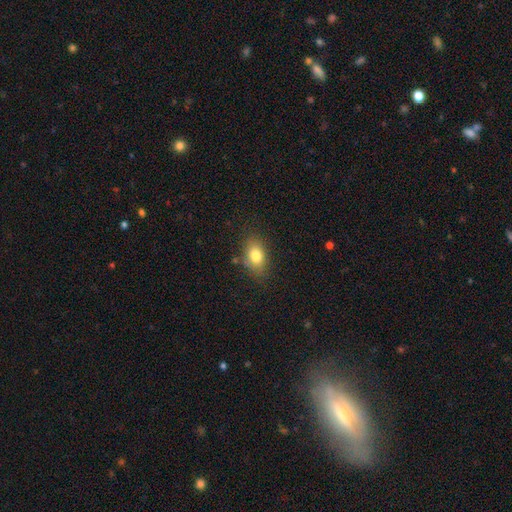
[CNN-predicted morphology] Overall: smooth (79%). How rounded: in between (80%). Merging: none (75%).